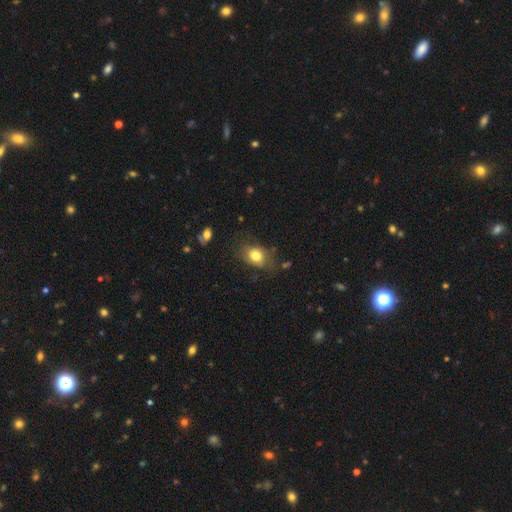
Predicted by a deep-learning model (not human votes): Smooth or featured? smooth (79%)
How rounded? in between (68%)
Merging? none (66%)